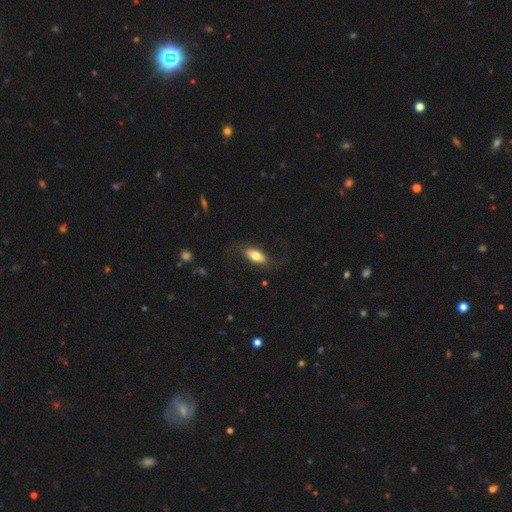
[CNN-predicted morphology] Smooth or featured?
  - smooth: 70% *
  - featured or disk: 24%
  - star or artifact: 6%
How rounded?
  - in between: 85% *
  - cigar-shaped: 11%
  - round: 4%
Merging?
  - none: 74% *
  - minor disturbance: 15%
  - major disturbance: 10%
  - merger: 1%